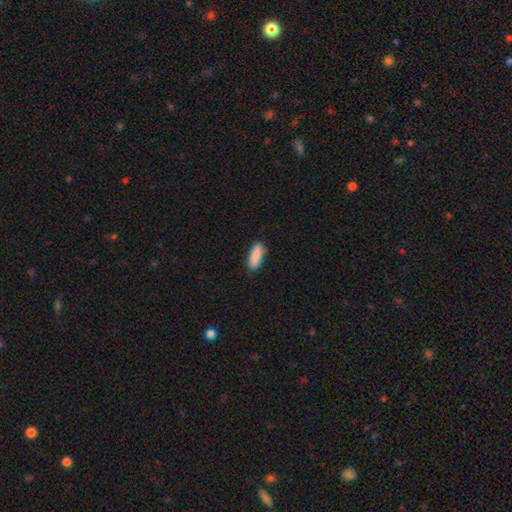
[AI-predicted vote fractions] Q: Smooth or featured?
A: smooth (89%); runner-up: star or artifact (6%)
Q: How rounded?
A: in between (58%); runner-up: cigar-shaped (40%)
Q: Merging?
A: none (84%); runner-up: minor disturbance (13%)